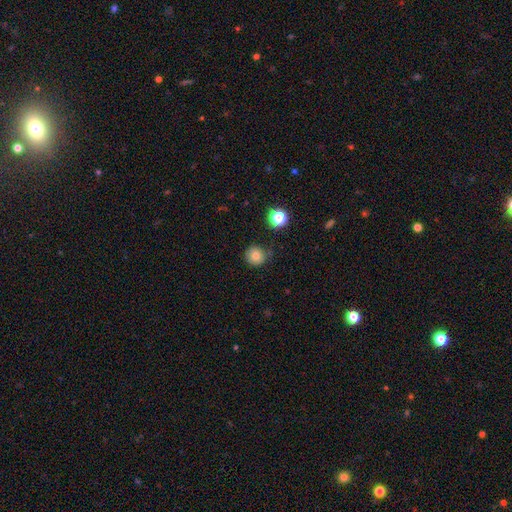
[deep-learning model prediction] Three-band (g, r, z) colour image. It shows a smooth galaxy with no disk features (76%) that is round (93%). Merging: none (77%).